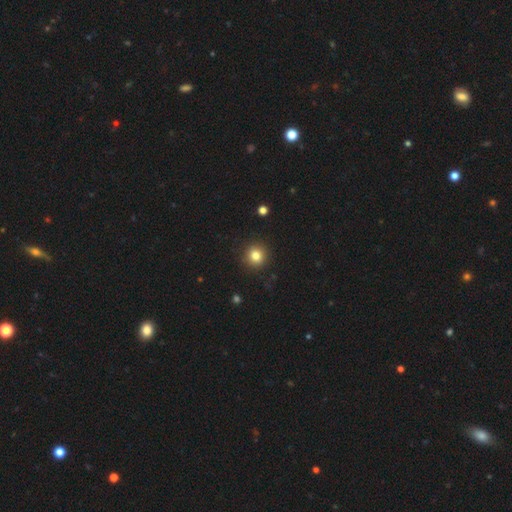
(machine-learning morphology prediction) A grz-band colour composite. It shows a smooth galaxy with no disk features (83%) that is round (90%). Merging: none (91%).